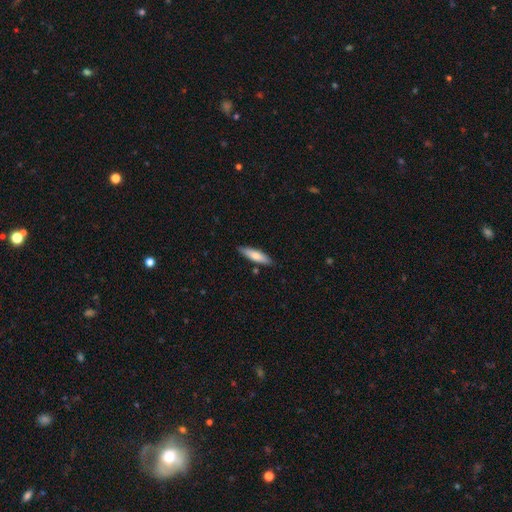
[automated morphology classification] Smooth or featured: smooth — 72% (featured or disk — 22%)
How rounded: cigar-shaped — 70% (in between — 29%)
Merging: none — 86% (minor disturbance — 10%)